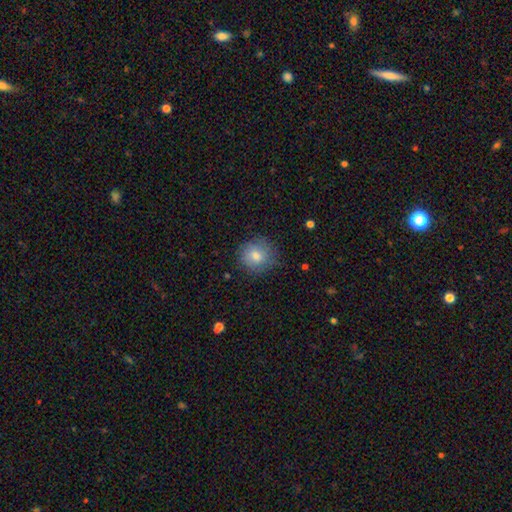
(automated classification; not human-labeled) The model was most divided on "smooth or featured": smooth: 78%, featured or disk: 12%, star or artifact: 10%. More confident: how rounded — round (90%); merging — none (81%).